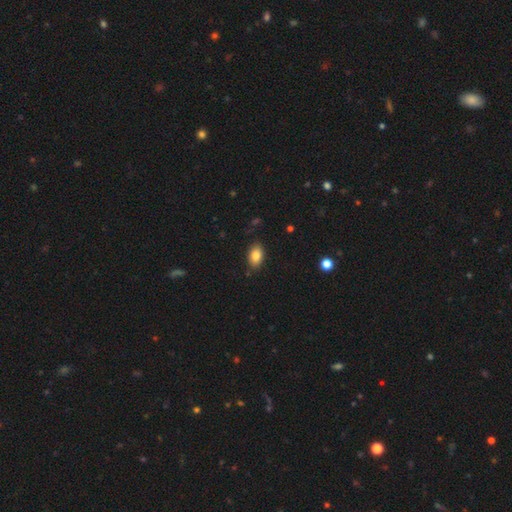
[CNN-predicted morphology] A smooth galaxy with no disk features (84%) that is in between round and cigar-shaped (89%).

Vote fractions:
- Smooth or featured? smooth: 84% / star or artifact: 8% / featured or disk: 8%
- How rounded? in between: 89% / round: 9% / cigar-shaped: 2%
- Merging? none: 84% / minor disturbance: 12% / major disturbance: 2% / merger: 2%